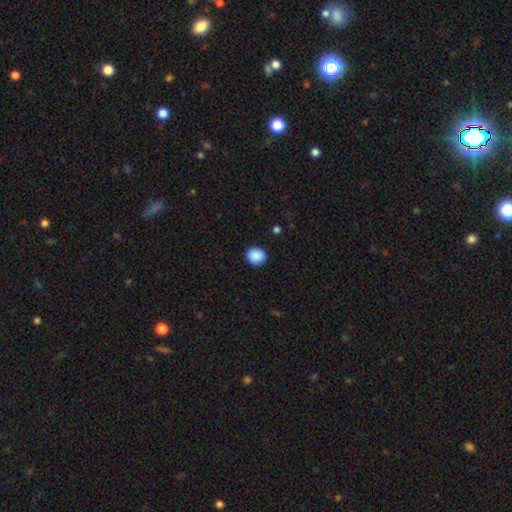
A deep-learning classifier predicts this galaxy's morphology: smooth-or-featured: smooth: 90% | star or artifact: 8% | featured or disk: 2%
  how-rounded: round: 82% | in between: 18% | cigar-shaped: 1%
  merging: none: 91% | minor disturbance: 6% | major disturbance: 2% | merger: 1%